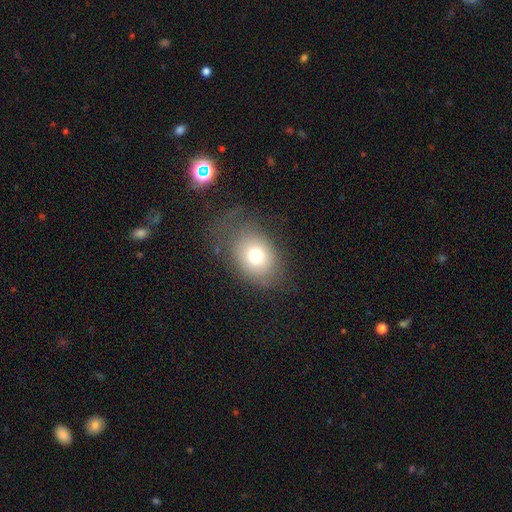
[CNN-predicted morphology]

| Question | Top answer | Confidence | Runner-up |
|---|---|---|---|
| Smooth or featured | smooth | 72% | featured or disk (16%) |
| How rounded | in between | 60% | round (39%) |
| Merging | none | 62% | minor disturbance (20%) |